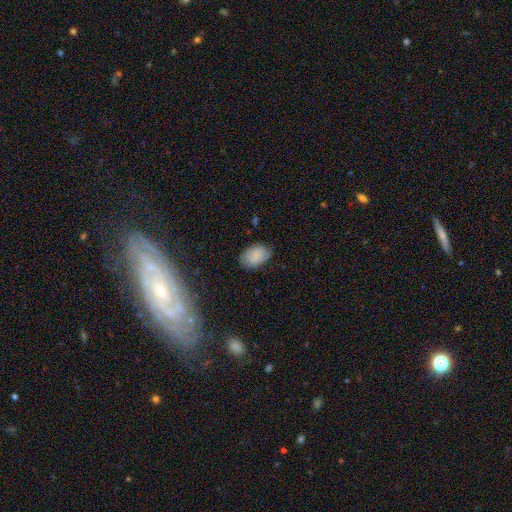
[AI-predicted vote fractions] Smooth or featured?
  - smooth: 84% *
  - star or artifact: 8%
  - featured or disk: 8%
How rounded?
  - in between: 88% *
  - round: 11%
  - cigar-shaped: 1%
Merging?
  - none: 78% *
  - minor disturbance: 18%
  - major disturbance: 4%
  - merger: 1%